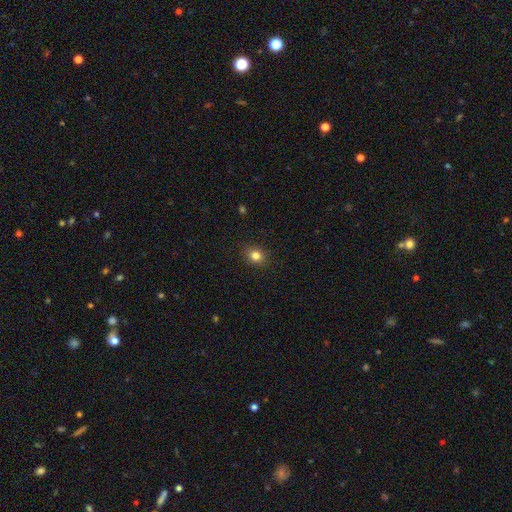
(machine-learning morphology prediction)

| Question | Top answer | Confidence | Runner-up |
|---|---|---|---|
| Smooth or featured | smooth | 82% | star or artifact (12%) |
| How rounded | round | 59% | in between (40%) |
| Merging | none | 89% | minor disturbance (8%) |